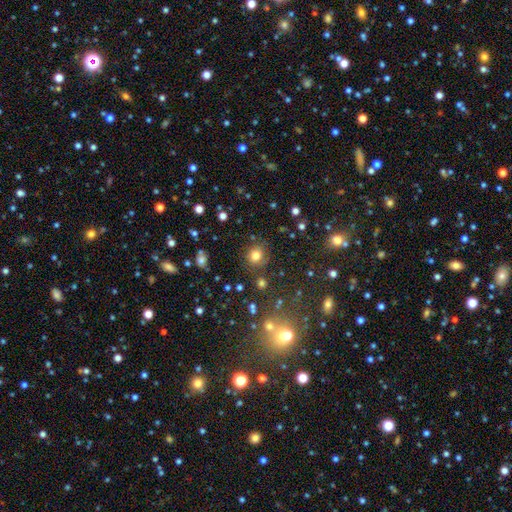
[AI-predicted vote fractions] Smooth or featured? Predicted: smooth (p=0.76). How rounded? Predicted: round (p=0.84). Merging? Predicted: none (p=0.82).